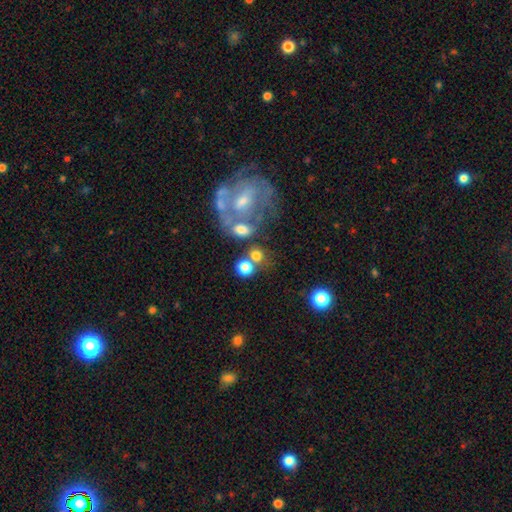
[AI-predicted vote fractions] smooth-or-featured: smooth: 72% | featured or disk: 16% | star or artifact: 12%
  how-rounded: round: 75% | in between: 24% | cigar-shaped: 1%
  merging: none: 48% | merger: 33% | minor disturbance: 11% | major disturbance: 8%